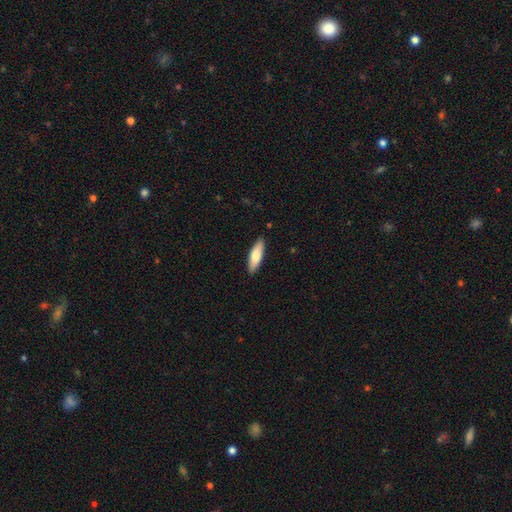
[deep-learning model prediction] Smooth or featured? smooth (75%)
How rounded? cigar-shaped (52%)
Merging? none (88%)